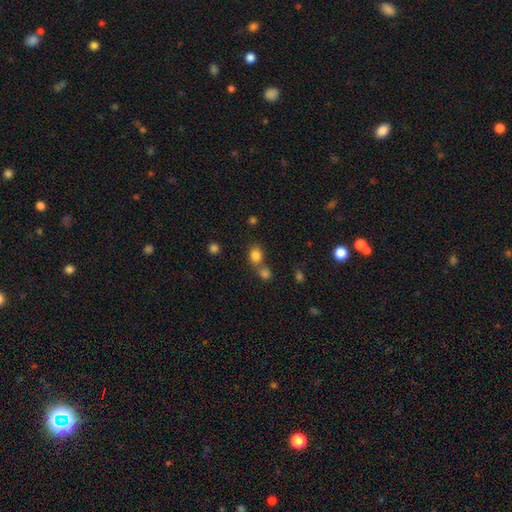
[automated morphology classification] Smooth or featured? Predicted: smooth (p=0.81). How rounded? Predicted: round (p=0.56). Merging? Predicted: none (p=0.50).